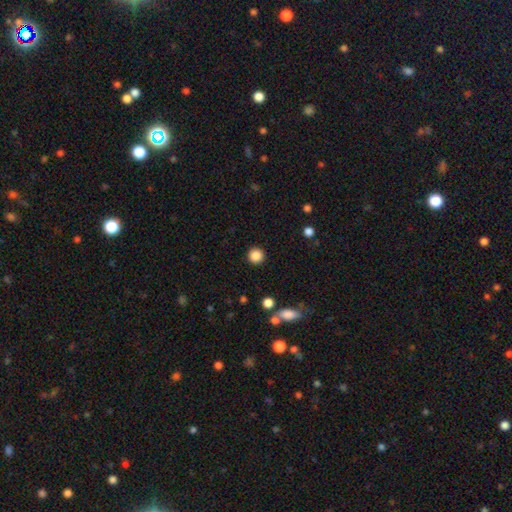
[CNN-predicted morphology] This appears to be a smooth galaxy with no disk features (87%) that is round (94%). Merging: none (91%).